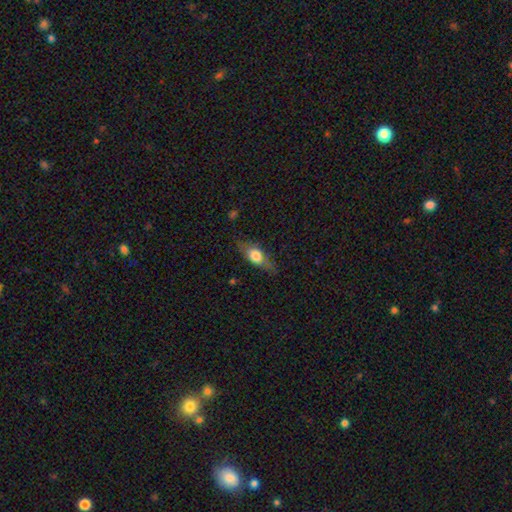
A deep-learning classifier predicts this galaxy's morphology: A smooth galaxy with no disk features (61%) that is in between round and cigar-shaped (66%). Merging: none (70%).